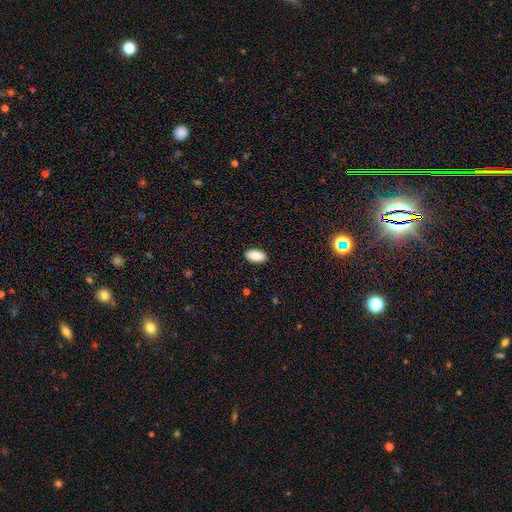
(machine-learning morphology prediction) type=smooth (89%); roundness=in between (93%); merging=none (90%).